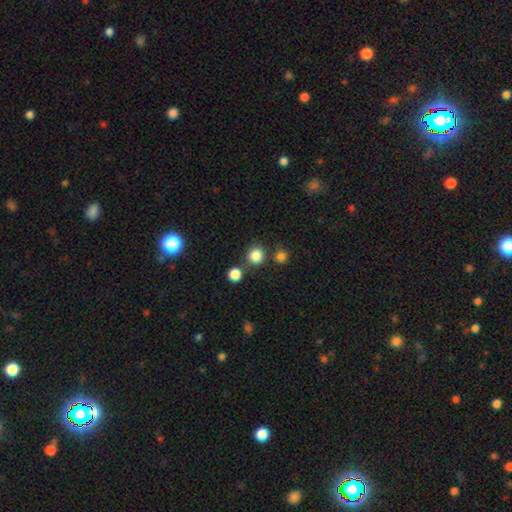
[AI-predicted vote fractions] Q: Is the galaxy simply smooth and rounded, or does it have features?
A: smooth — 83%.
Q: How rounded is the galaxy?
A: round — 89%.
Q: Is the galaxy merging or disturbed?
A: none — 75%.